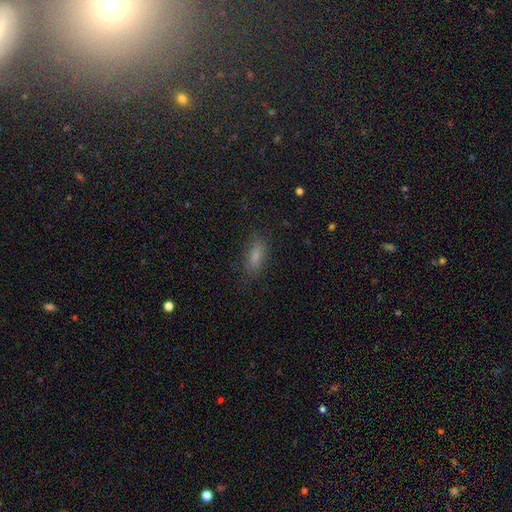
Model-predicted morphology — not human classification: Smooth or featured?
  - smooth: 80% *
  - star or artifact: 11%
  - featured or disk: 8%
How rounded?
  - in between: 75% *
  - cigar-shaped: 22%
  - round: 4%
Merging?
  - none: 81% *
  - minor disturbance: 13%
  - major disturbance: 4%
  - merger: 1%